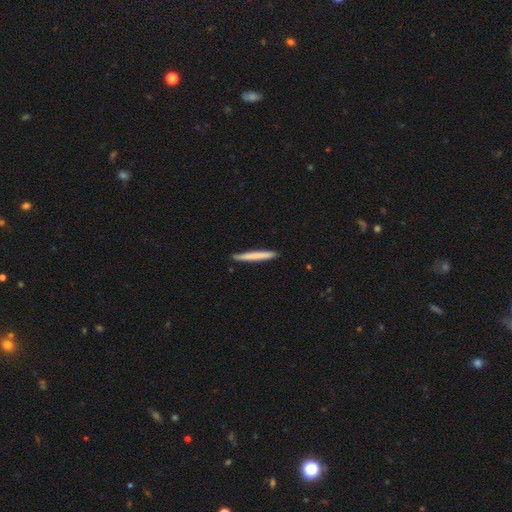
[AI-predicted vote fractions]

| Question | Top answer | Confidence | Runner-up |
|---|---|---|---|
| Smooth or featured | smooth | 71% | featured or disk (24%) |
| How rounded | cigar-shaped | 97% | in between (2%) |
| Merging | none | 90% | minor disturbance (7%) |